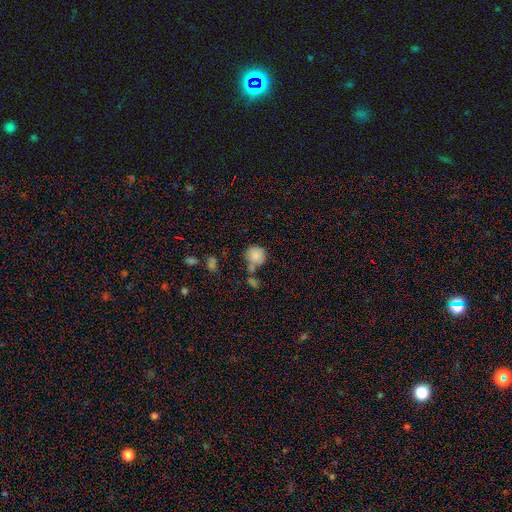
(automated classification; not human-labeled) Overall: smooth (83%). How rounded: round (82%). Merging: none (51%; merger 25%).